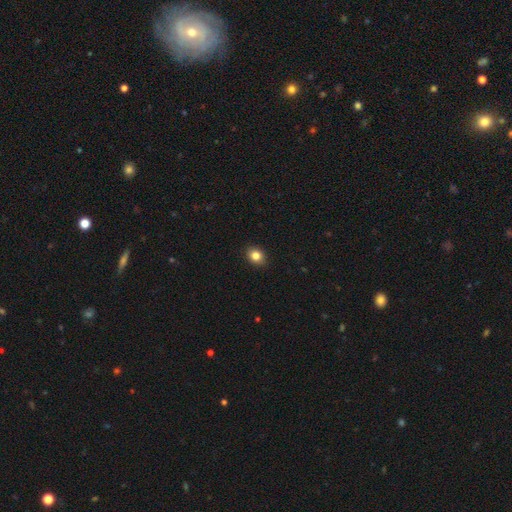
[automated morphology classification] Smooth or featured?
  - smooth: 84% *
  - star or artifact: 10%
  - featured or disk: 6%
How rounded?
  - round: 56% *
  - in between: 43%
  - cigar-shaped: 1%
Merging?
  - none: 91% *
  - minor disturbance: 7%
  - major disturbance: 2%
  - merger: 1%